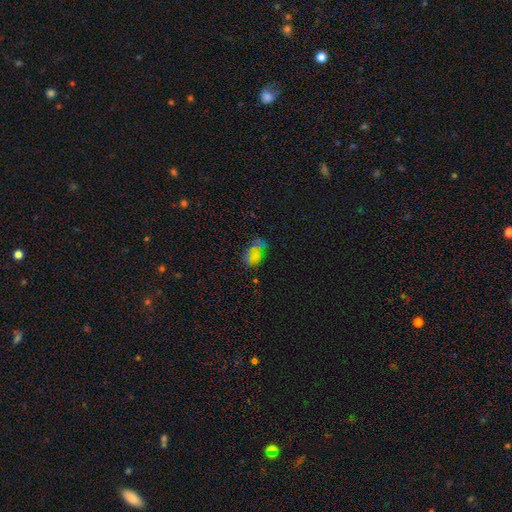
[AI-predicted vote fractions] Overall: smooth (44%; star or artifact 34%). Merging: none (42%; minor disturbance 25%).